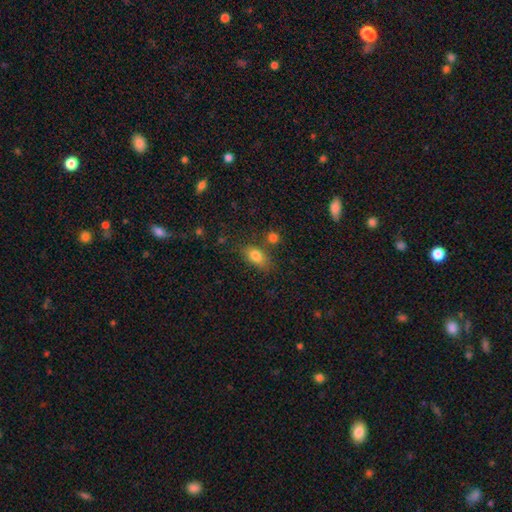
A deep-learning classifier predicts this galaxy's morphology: Smooth or featured? smooth (81%)
How rounded? in between (84%)
Merging? none (68%)